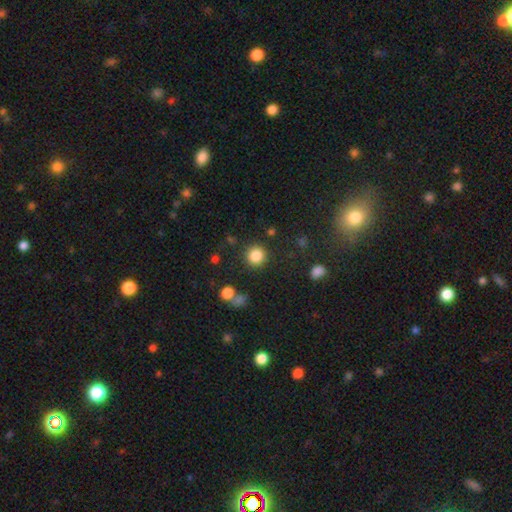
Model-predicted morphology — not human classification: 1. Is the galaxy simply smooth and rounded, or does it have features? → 85% smooth, 10% star or artifact, 4% featured or disk.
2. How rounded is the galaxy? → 92% round, 7% in between, 1% cigar-shaped.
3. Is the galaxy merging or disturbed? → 86% none, 7% minor disturbance, 4% major disturbance, 3% merger.